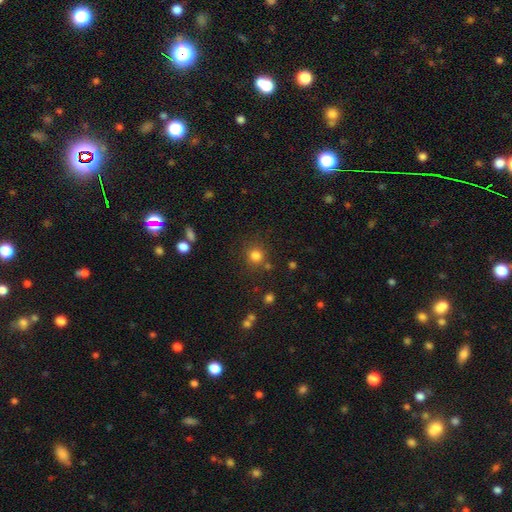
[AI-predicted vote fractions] Morphology: type=smooth (81%); roundness=round (91%); merging=none (80%).